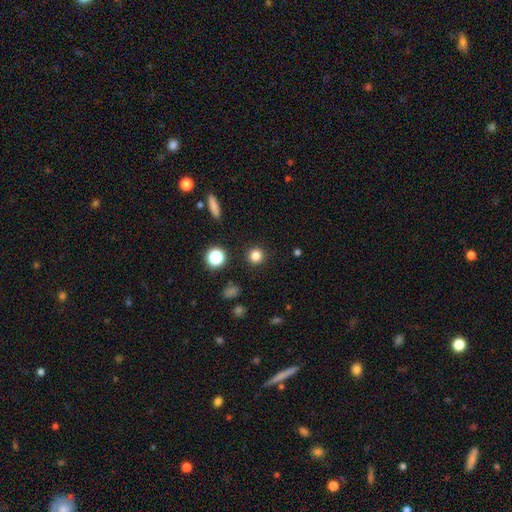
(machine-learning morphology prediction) The model was most divided on "smooth or featured": smooth: 82%, star or artifact: 14%, featured or disk: 5%. More confident: how rounded — round (94%); merging — none (92%).